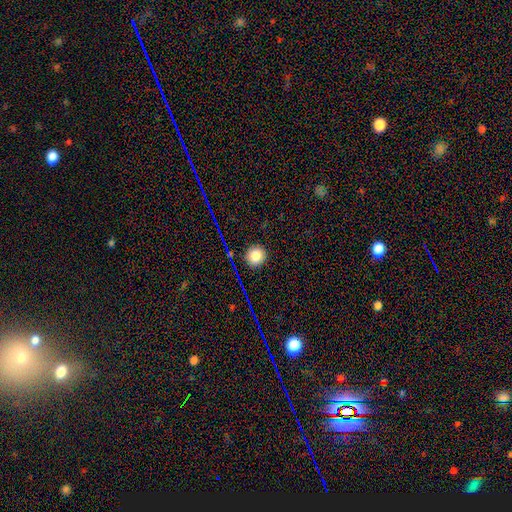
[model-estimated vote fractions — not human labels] Smooth or featured?
  - smooth: 78% *
  - star or artifact: 14%
  - featured or disk: 8%
How rounded?
  - round: 86% *
  - in between: 13%
  - cigar-shaped: 1%
Merging?
  - none: 90% *
  - minor disturbance: 7%
  - major disturbance: 2%
  - merger: 1%